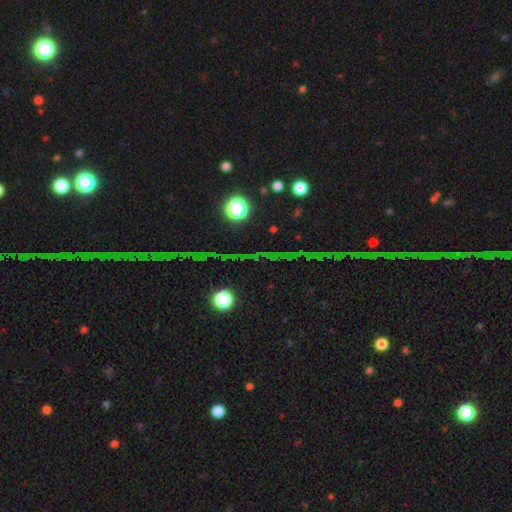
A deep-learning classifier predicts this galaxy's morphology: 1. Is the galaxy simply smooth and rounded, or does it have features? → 81% star or artifact, 10% smooth, 10% featured or disk.